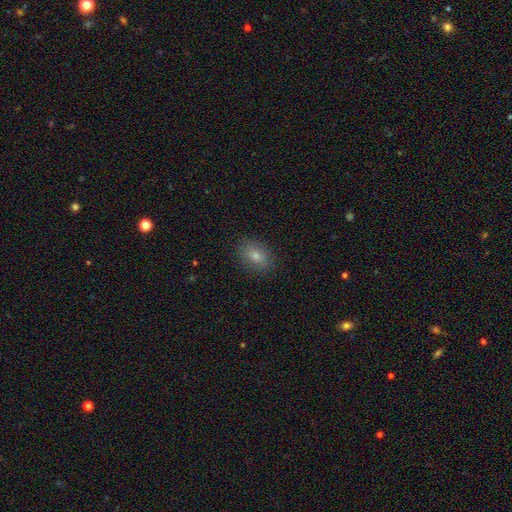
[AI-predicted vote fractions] The model was most divided on "how rounded": in between: 71%, round: 27%, cigar-shaped: 2%. More confident: merging — none (87%); smooth or featured — smooth (74%).